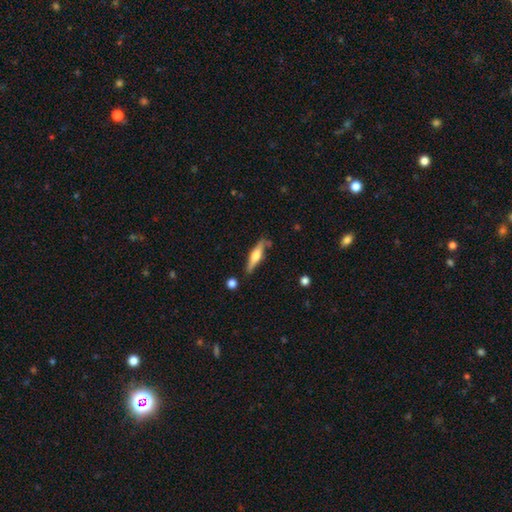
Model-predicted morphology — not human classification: Smooth or featured?
  - featured or disk: 58% *
  - smooth: 36%
  - star or artifact: 6%
Edge-on disk?
  - yes: 96% *
  - no: 4%
Edge-on bulge?
  - rounded: 90% *
  - boxy: 7%
  - none: 3%
Merging?
  - none: 81% *
  - minor disturbance: 12%
  - merger: 4%
  - major disturbance: 3%